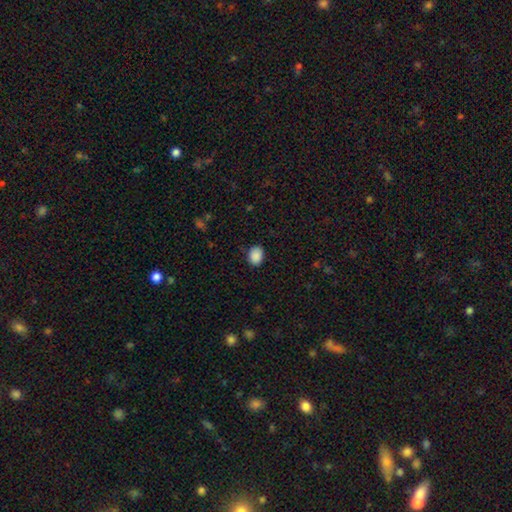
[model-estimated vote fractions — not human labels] Q: Smooth or featured?
A: smooth (89%); runner-up: star or artifact (8%)
Q: How rounded?
A: in between (58%); runner-up: round (41%)
Q: Merging?
A: none (84%); runner-up: minor disturbance (13%)